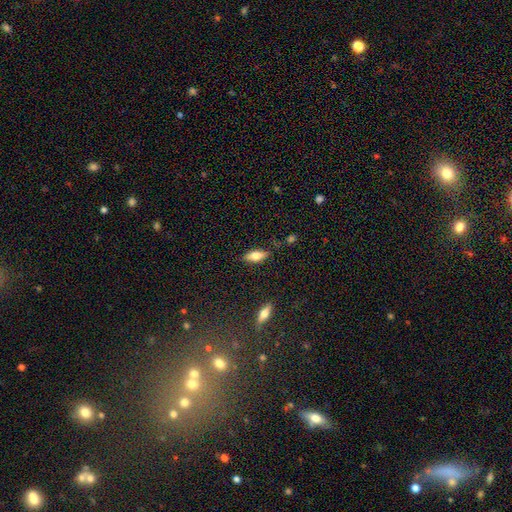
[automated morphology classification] This is likely a smooth galaxy (71%). How rounded: likely in between (72%). Merging: clearly none (81%).